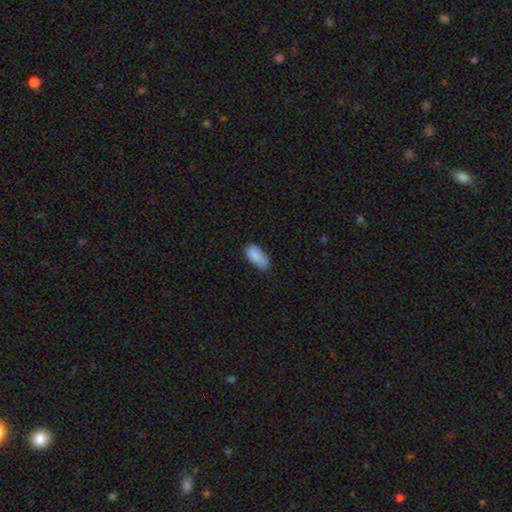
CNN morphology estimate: smooth 86%, star or artifact 7%, featured or disk 7%. Down the decision tree: how rounded — in between (93%); merging — none (58%).